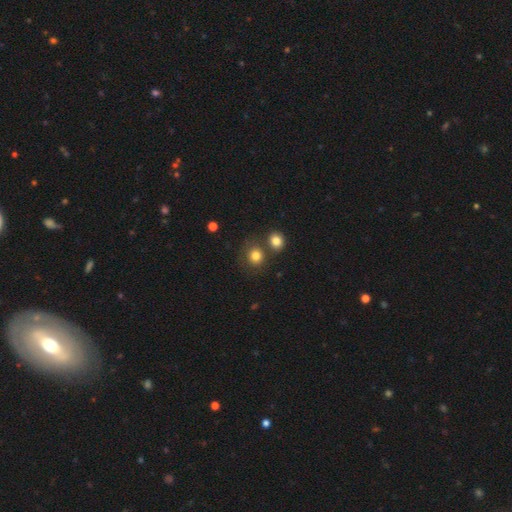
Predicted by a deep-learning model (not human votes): The model was most divided on "merging": none: 65%, merger: 21%, minor disturbance: 10%, major disturbance: 4%. More confident: how rounded — round (82%); smooth or featured — smooth (80%).